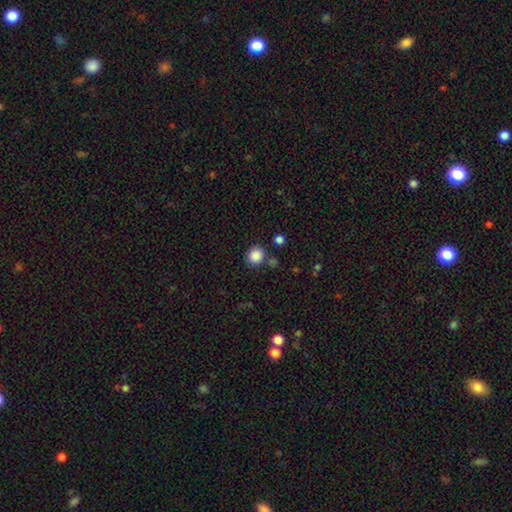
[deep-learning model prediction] smooth 87%, star or artifact 10%, featured or disk 3%. Down the decision tree: how rounded — round (85%); merging — none (81%).